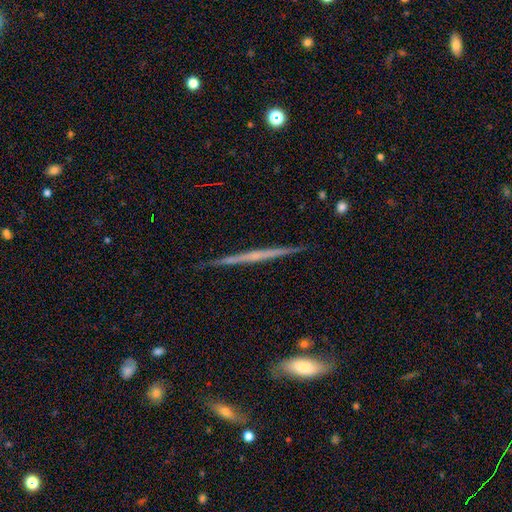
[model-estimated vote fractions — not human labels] Smooth or featured: featured or disk — 70% (smooth — 24%)
Edge-on disk: yes — 98% (no — 2%)
Edge-on bulge: none — 67% (rounded — 25%)
Merging: none — 90% (minor disturbance — 7%)